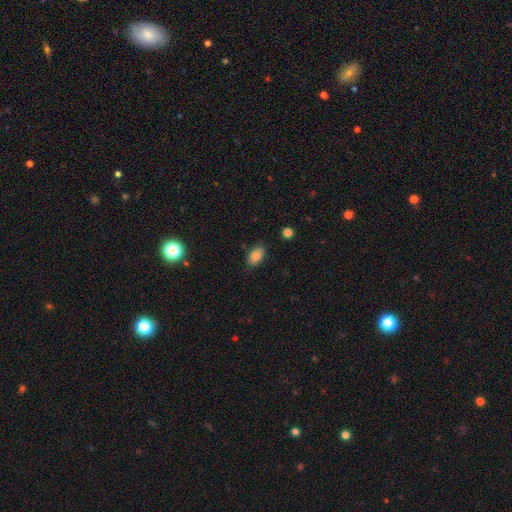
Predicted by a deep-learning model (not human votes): Smooth or featured: smooth — 83% (star or artifact — 9%)
How rounded: in between — 90% (round — 8%)
Merging: none — 83% (minor disturbance — 13%)